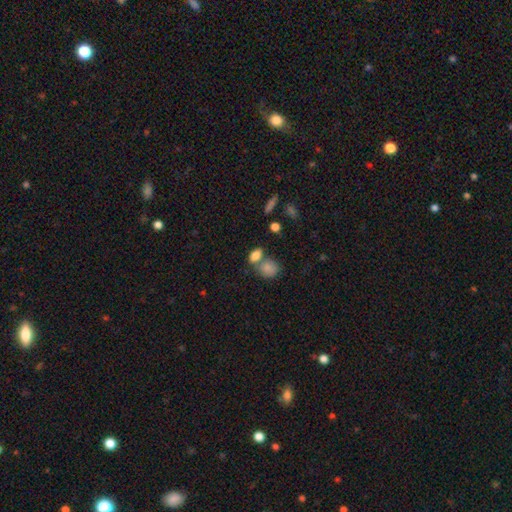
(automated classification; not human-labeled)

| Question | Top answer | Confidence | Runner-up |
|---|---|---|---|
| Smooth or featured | smooth | 82% | star or artifact (10%) |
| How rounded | in between | 80% | round (17%) |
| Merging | none | 46% | merger (38%) |